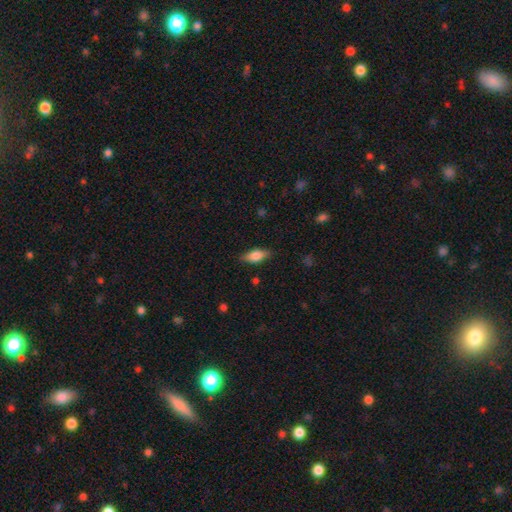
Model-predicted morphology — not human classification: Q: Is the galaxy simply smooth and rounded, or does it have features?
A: smooth — 71%.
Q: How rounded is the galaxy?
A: in between — 79%.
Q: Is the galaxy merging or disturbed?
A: none — 82%.